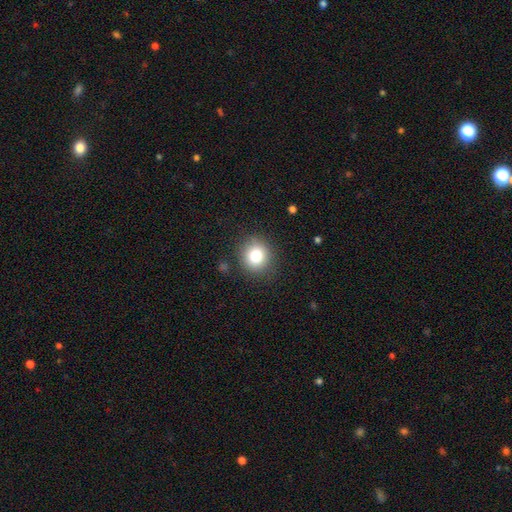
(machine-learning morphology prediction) Smooth or featured?
  - smooth: 81% *
  - star or artifact: 11%
  - featured or disk: 8%
How rounded?
  - round: 87% *
  - in between: 12%
  - cigar-shaped: 1%
Merging?
  - none: 87% *
  - minor disturbance: 8%
  - major disturbance: 3%
  - merger: 1%